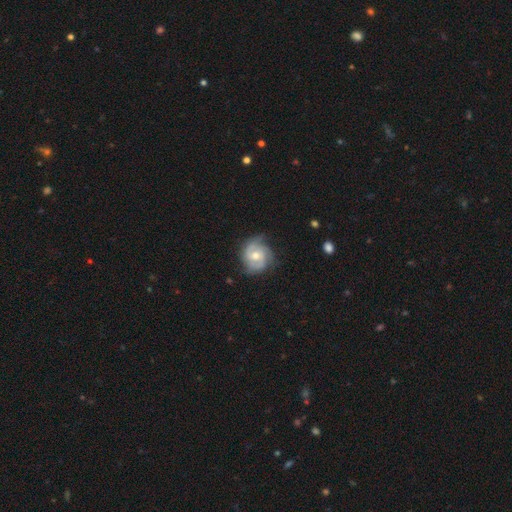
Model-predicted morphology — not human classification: Smooth or featured?
  - featured or disk: 75% *
  - smooth: 19%
  - star or artifact: 5%
Edge-on disk?
  - no: 98% *
  - yes: 2%
Bar?
  - no: 56% *
  - weak: 37%
  - strong: 6%
Spiral arms?
  - yes: 93% *
  - no: 7%
Spiral winding?
  - tight: 50% *
  - medium: 38%
  - loose: 11%
Spiral arm count?
  - 2: 49% *
  - 3: 22%
  - can't tell: 18%
  - 4: 4%
  - 1: 4%
  - more than 4: 3%
Bulge size?
  - moderate: 69% *
  - small: 23%
  - large: 5%
  - none: 2%
  - dominant: 1%
Merging?
  - none: 69% *
  - minor disturbance: 22%
  - major disturbance: 8%
  - merger: 1%